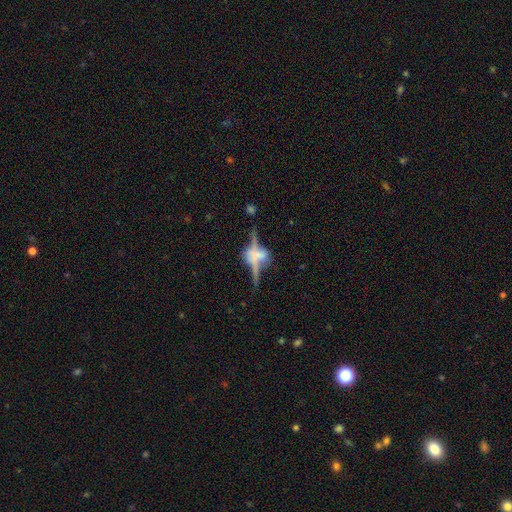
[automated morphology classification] The model was most divided on "merging": none: 52%, merger: 20%, minor disturbance: 16%, major disturbance: 12%. More confident: edge-on disk — yes (83%); smooth or featured — featured or disk (65%); edge-on bulge — rounded (59%).